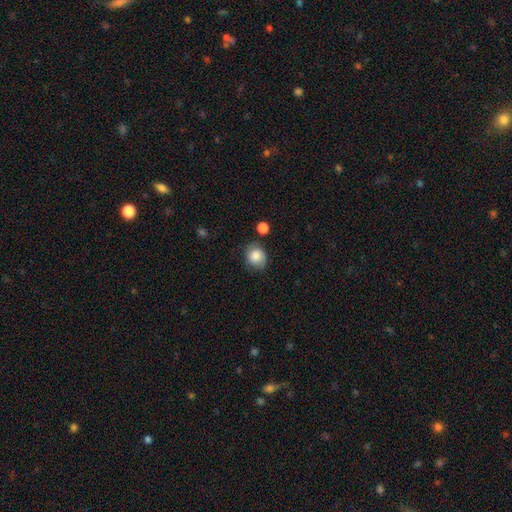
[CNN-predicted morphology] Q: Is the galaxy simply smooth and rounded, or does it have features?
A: smooth — 83%.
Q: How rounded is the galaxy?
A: round — 68%.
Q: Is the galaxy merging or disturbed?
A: none — 72%.